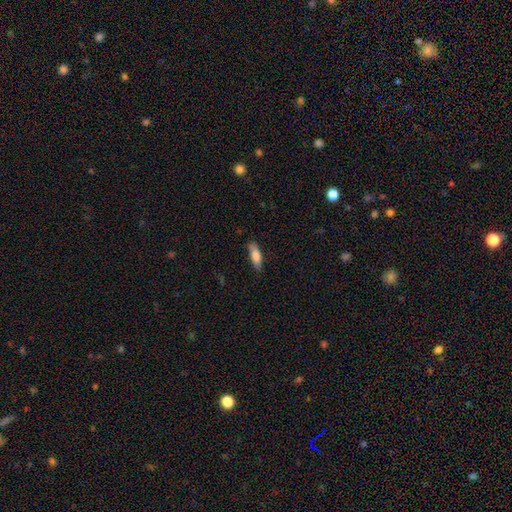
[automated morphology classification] type=smooth (79%); roundness=in between (51%); merging=none (78%).